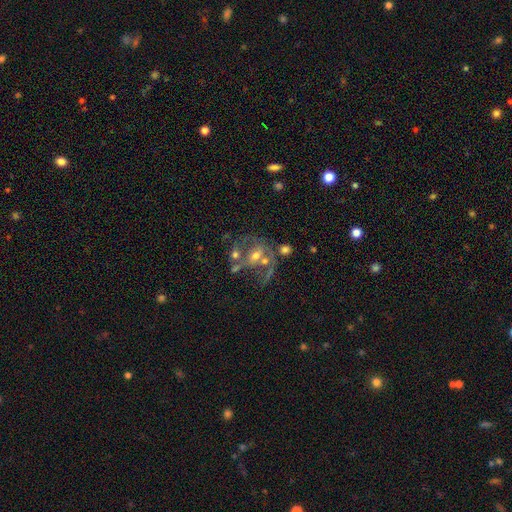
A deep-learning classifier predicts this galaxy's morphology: Smooth or featured?
  - featured or disk: 66% *
  - smooth: 19%
  - star or artifact: 14%
Edge-on disk?
  - no: 96% *
  - yes: 4%
Bar?
  - no: 53% *
  - weak: 32%
  - strong: 15%
Spiral arms?
  - no: 51% *
  - yes: 49%
Bulge size?
  - moderate: 54% *
  - small: 32%
  - none: 7%
  - large: 5%
  - dominant: 2%
Merging?
  - merger: 32% *
  - none: 30%
  - major disturbance: 24%
  - minor disturbance: 14%